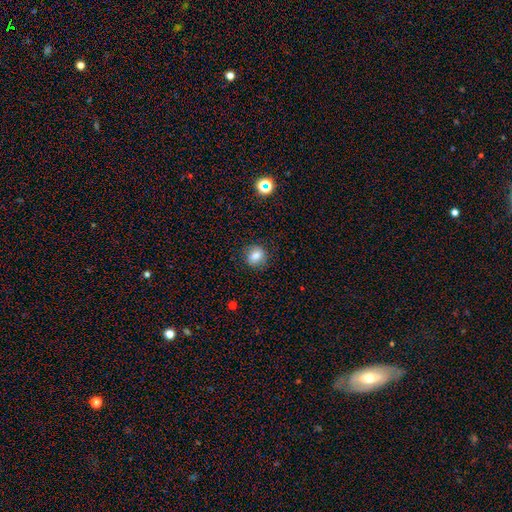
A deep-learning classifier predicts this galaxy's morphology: type=smooth (77%); roundness=round (70%); merging=none (84%).